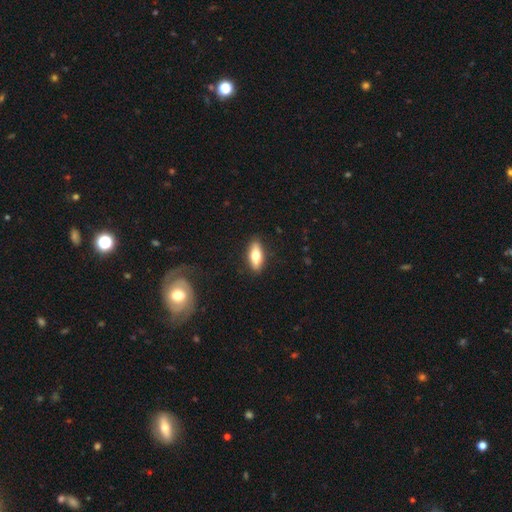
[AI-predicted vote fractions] smooth-or-featured: smooth: 69% | featured or disk: 25% | star or artifact: 6%
  how-rounded: in between: 72% | cigar-shaped: 25% | round: 3%
  merging: none: 88% | minor disturbance: 9% | major disturbance: 2% | merger: 1%